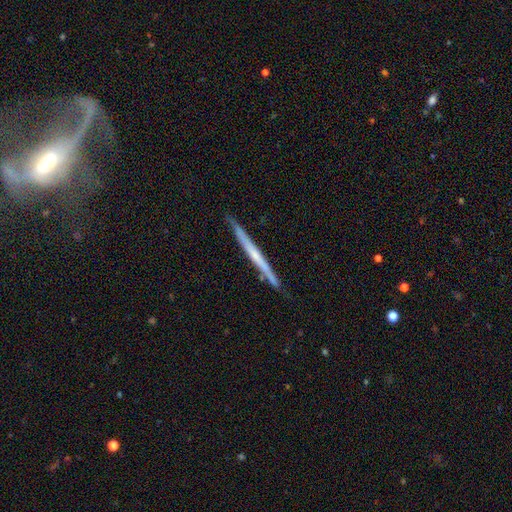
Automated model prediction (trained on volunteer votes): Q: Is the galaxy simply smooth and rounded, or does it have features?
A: featured or disk — 62%.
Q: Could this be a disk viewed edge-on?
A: yes — 97%.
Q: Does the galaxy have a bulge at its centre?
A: none — 72%.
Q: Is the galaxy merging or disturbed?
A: none — 88%.